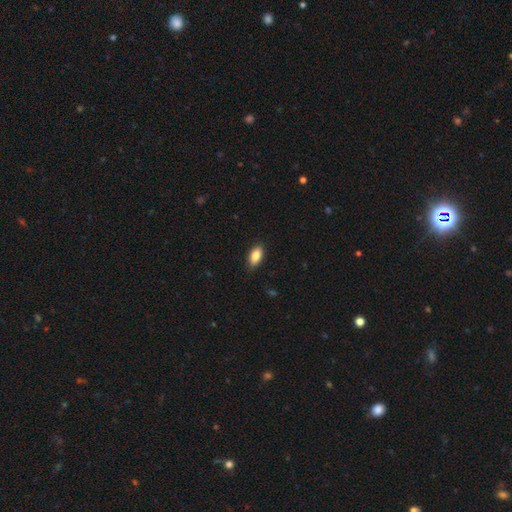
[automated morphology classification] A smooth galaxy with no disk features (85%) that is in between round and cigar-shaped (91%). Merging: none (86%).